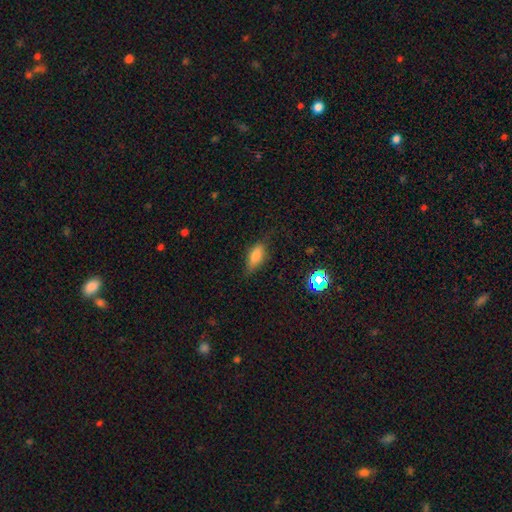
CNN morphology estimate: Q: Smooth or featured?
A: smooth (74%); runner-up: featured or disk (17%)
Q: How rounded?
A: in between (76%); runner-up: cigar-shaped (20%)
Q: Merging?
A: none (71%); runner-up: minor disturbance (21%)